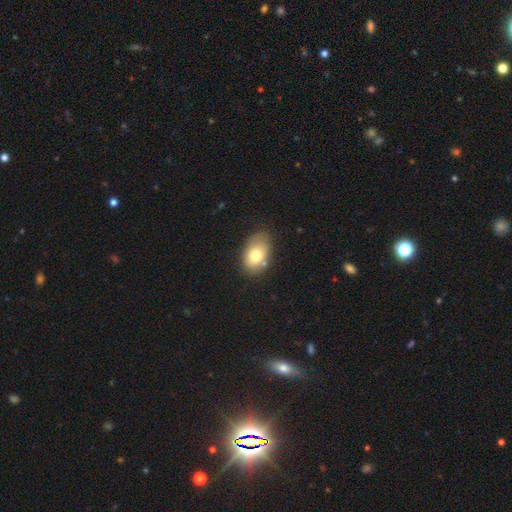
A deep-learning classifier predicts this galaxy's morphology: Q: Smooth or featured?
A: smooth (76%); runner-up: featured or disk (17%)
Q: How rounded?
A: in between (87%); runner-up: round (12%)
Q: Merging?
A: none (67%); runner-up: minor disturbance (23%)